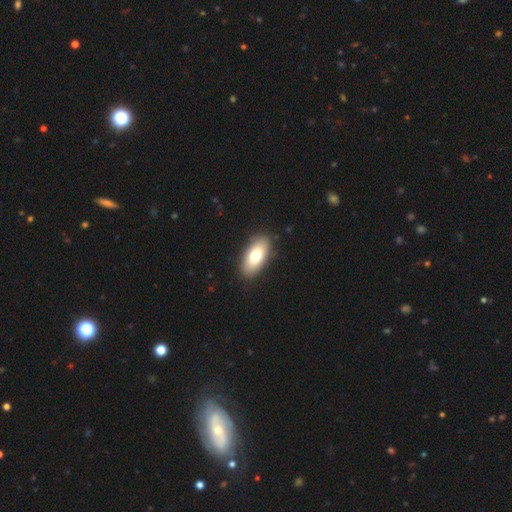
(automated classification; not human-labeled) smooth-or-featured: smooth: 75% | featured or disk: 18% | star or artifact: 6%
  how-rounded: in between: 90% | cigar-shaped: 7% | round: 3%
  merging: none: 88% | minor disturbance: 9% | major disturbance: 2% | merger: 1%